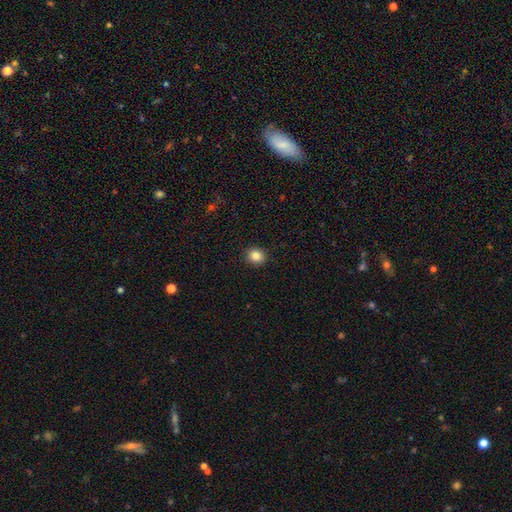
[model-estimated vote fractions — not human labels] A smooth galaxy with no disk features (85%) that is round (77%).

Vote fractions:
- Smooth or featured? smooth: 85% / star or artifact: 10% / featured or disk: 4%
- How rounded? round: 77% / in between: 22% / cigar-shaped: 1%
- Merging? none: 91% / minor disturbance: 6% / major disturbance: 2% / merger: 1%